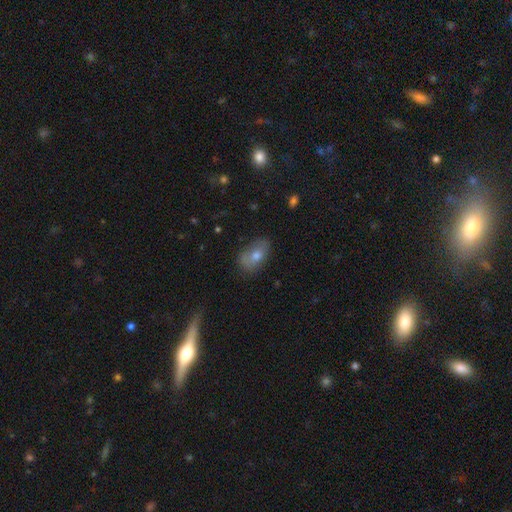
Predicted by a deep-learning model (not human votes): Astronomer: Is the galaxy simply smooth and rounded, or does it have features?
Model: smooth — 64%.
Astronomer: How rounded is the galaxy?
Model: in between — 87%.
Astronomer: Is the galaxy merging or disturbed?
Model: none — 68%.